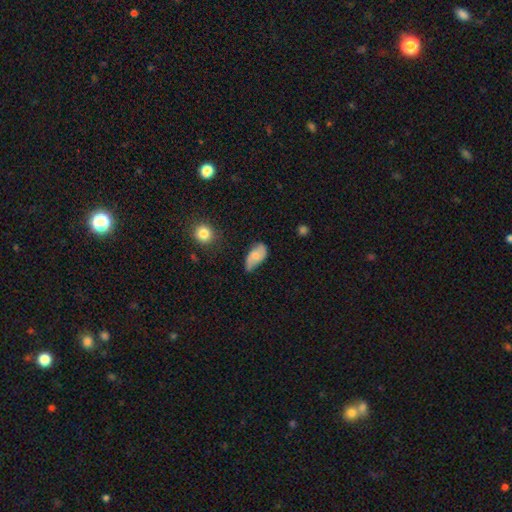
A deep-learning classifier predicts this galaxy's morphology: Q: Smooth or featured?
A: smooth (61%); runner-up: featured or disk (32%)
Q: How rounded?
A: in between (93%); runner-up: round (5%)
Q: Merging?
A: none (44%); runner-up: minor disturbance (42%)